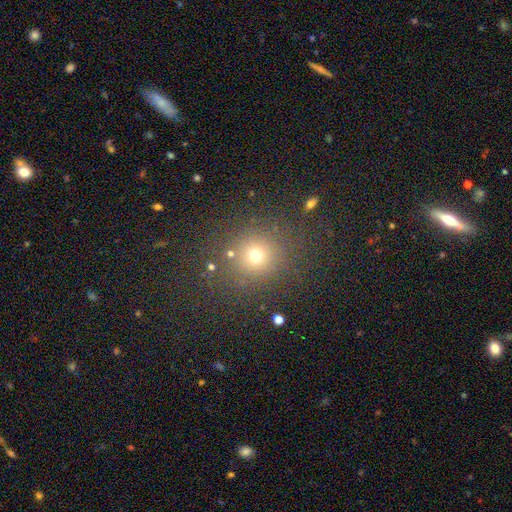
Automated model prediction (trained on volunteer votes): The model was most divided on "smooth or featured": smooth: 70%, star or artifact: 22%, featured or disk: 8%. More confident: how rounded — round (88%); merging — none (82%).